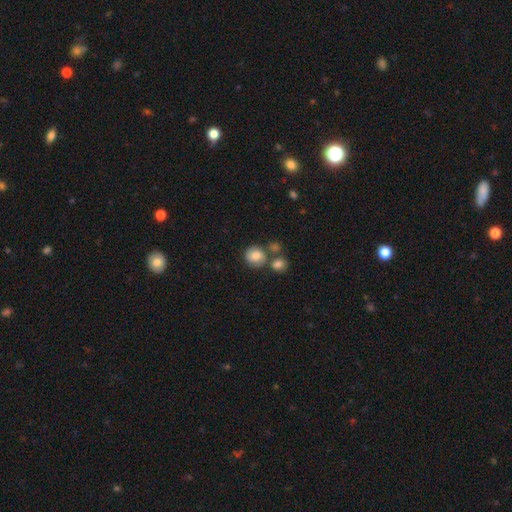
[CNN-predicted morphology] Smooth or featured?
  - smooth: 79% *
  - featured or disk: 12%
  - star or artifact: 9%
How rounded?
  - round: 82% *
  - in between: 17%
  - cigar-shaped: 1%
Merging?
  - none: 59% *
  - merger: 23%
  - minor disturbance: 13%
  - major disturbance: 5%